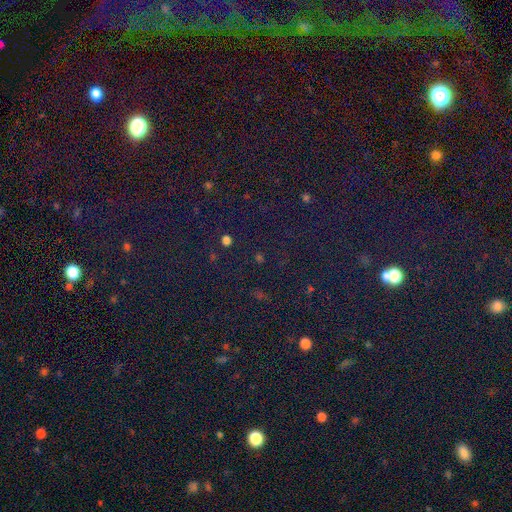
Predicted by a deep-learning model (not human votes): The model was most divided on "smooth or featured": star or artifact: 80%, smooth: 12%, featured or disk: 8%.